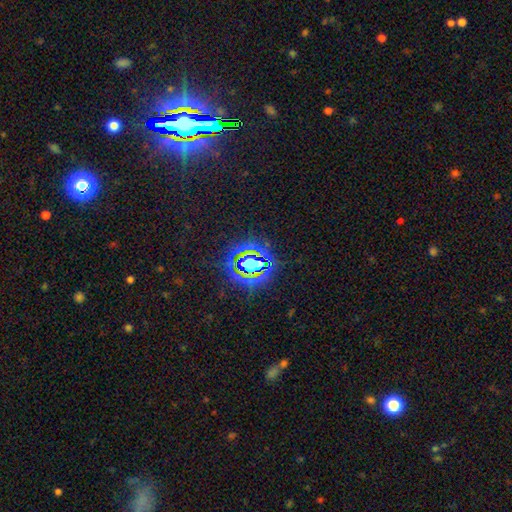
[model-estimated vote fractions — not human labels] Smooth or featured? Predicted: star or artifact (p=0.82).